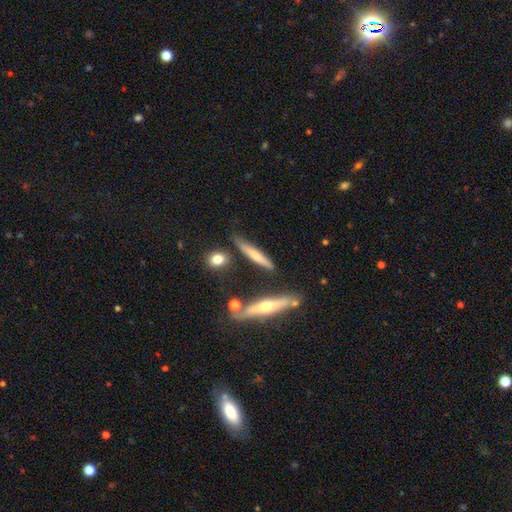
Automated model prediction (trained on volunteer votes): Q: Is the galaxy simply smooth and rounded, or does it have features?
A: smooth — 48%.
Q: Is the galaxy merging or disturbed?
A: none — 77%.